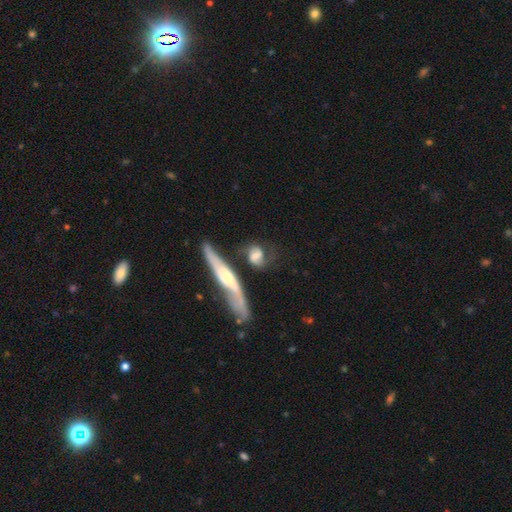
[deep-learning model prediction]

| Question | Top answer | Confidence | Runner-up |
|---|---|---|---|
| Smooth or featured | featured or disk | 60% | smooth (34%) |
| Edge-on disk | no | 79% | yes (21%) |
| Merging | none | 46% | merger (23%) |